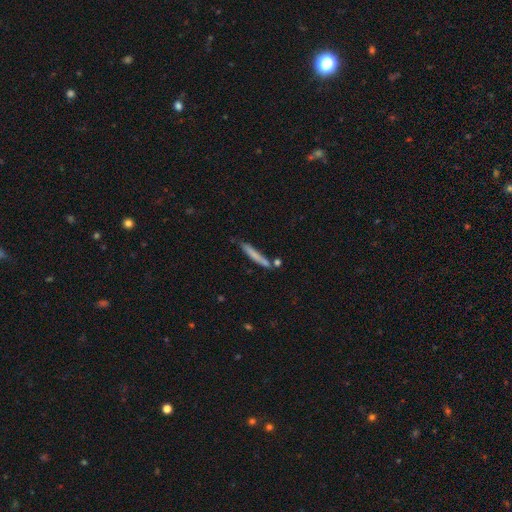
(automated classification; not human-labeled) Q: Smooth or featured?
A: smooth (70%); runner-up: featured or disk (23%)
Q: How rounded?
A: cigar-shaped (95%); runner-up: in between (3%)
Q: Merging?
A: none (77%); runner-up: minor disturbance (13%)